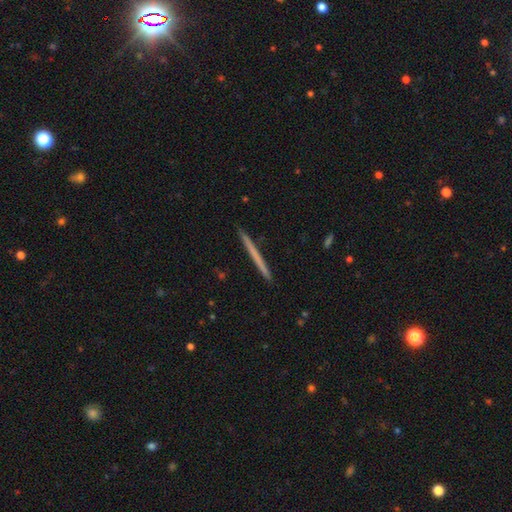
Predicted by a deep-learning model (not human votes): Smooth or featured? Predicted: smooth (p=0.51). How rounded? Predicted: cigar-shaped (p=0.97). Merging? Predicted: none (p=0.93).